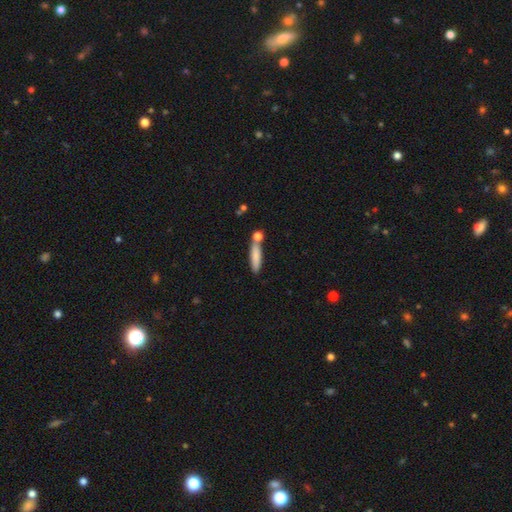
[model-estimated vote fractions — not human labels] smooth-or-featured: smooth: 80% | featured or disk: 14% | star or artifact: 7%
  how-rounded: cigar-shaped: 76% | in between: 22% | round: 2%
  merging: none: 65% | merger: 18% | minor disturbance: 13% | major disturbance: 4%